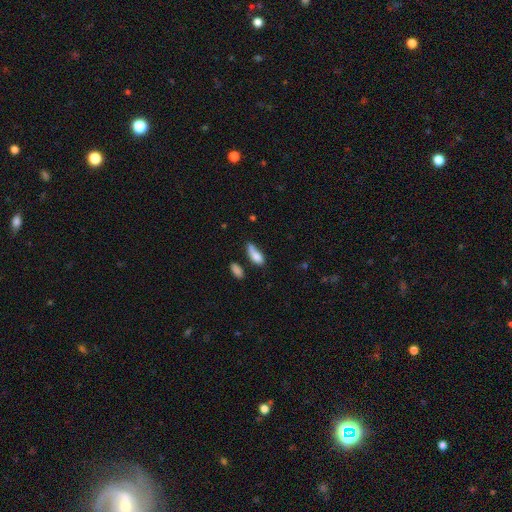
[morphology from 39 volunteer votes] smooth-or-featured: smooth: 85% | featured or disk: 10% | star or artifact: 5%
  how-rounded: in between: 82% | cigar-shaped: 18% | round: 0%
  merging: minor disturbance: 43% | none: 35% | major disturbance: 11% | merger: 11%